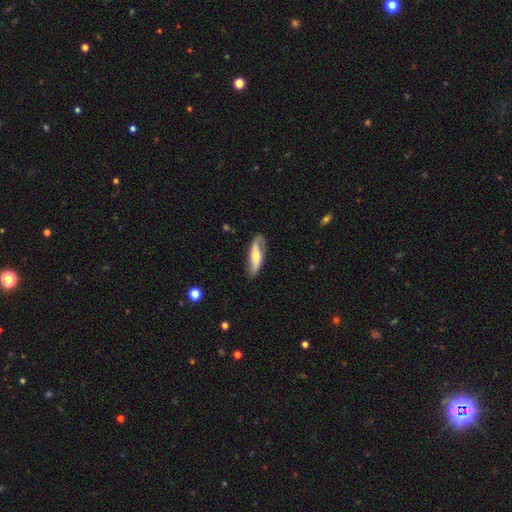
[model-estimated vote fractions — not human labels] Morphology: type=featured or disk (64%); edge-on=no (78%); merging=none (74%).